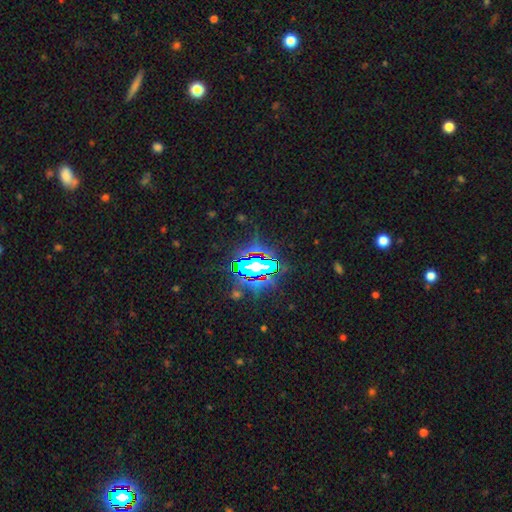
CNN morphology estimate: The model was most divided on "smooth or featured": star or artifact: 74%, smooth: 14%, featured or disk: 13%.